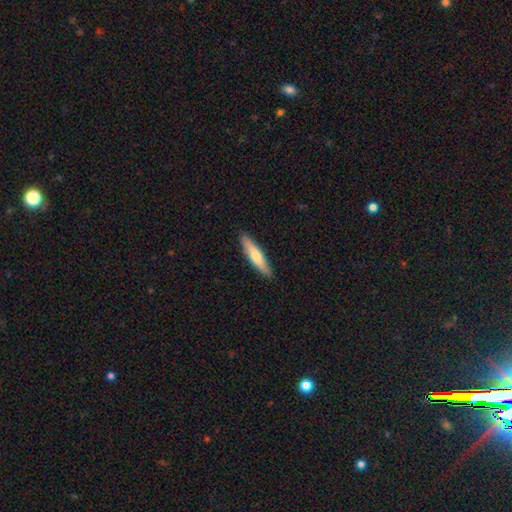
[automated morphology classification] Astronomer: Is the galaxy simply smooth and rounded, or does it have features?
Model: smooth — 64%.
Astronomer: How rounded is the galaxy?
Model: cigar-shaped — 84%.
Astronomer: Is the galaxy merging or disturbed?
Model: none — 89%.